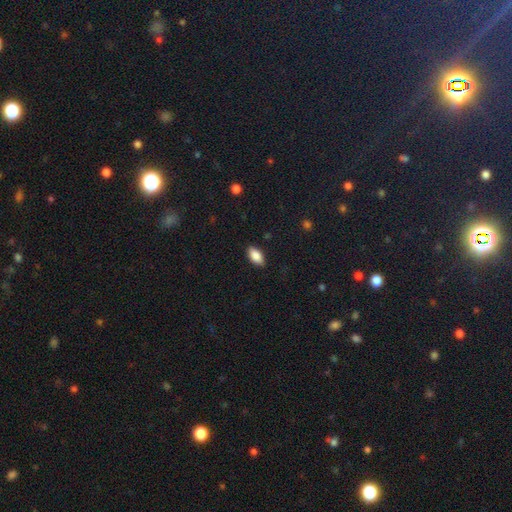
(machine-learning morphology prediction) A smooth galaxy with no disk features (86%) that is in between round and cigar-shaped (92%).

Vote fractions:
- Smooth or featured? smooth: 86% / star or artifact: 7% / featured or disk: 7%
- How rounded? in between: 92% / cigar-shaped: 5% / round: 3%
- Merging? none: 88% / minor disturbance: 9% / major disturbance: 2% / merger: 1%